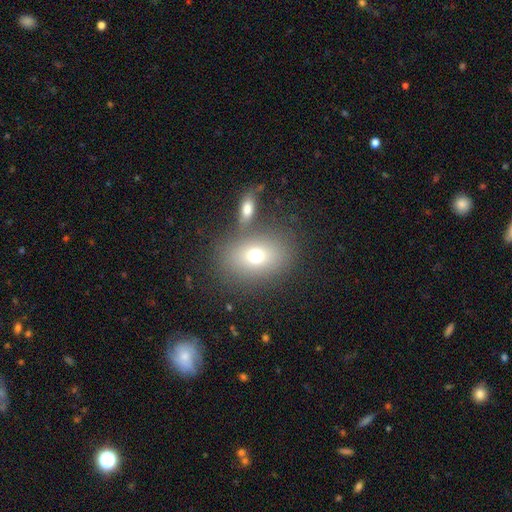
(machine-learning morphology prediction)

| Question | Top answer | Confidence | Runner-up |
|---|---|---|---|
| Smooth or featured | smooth | 69% | featured or disk (16%) |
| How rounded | in between | 61% | round (38%) |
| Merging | none | 64% | merger (20%) |